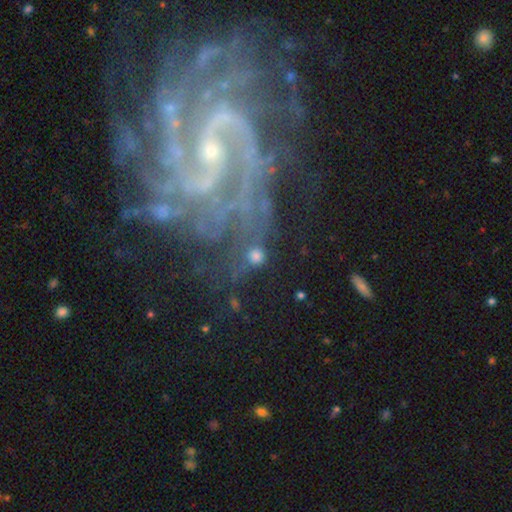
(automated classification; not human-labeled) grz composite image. It shows a smooth galaxy with no disk features (47%). Merging: none (60%).